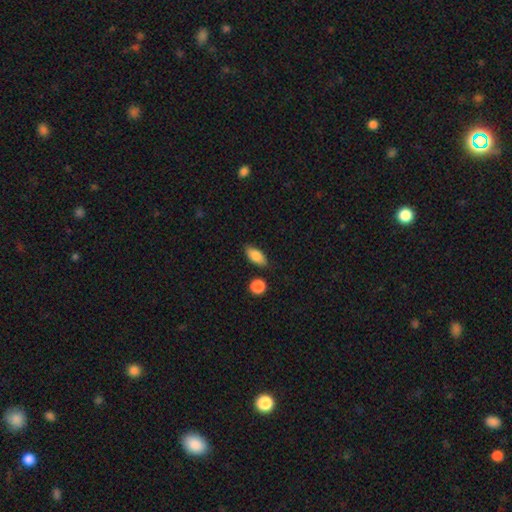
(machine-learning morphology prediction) A smooth galaxy with no disk features (82%) that is in between round and cigar-shaped (86%). Merging: none (80%).